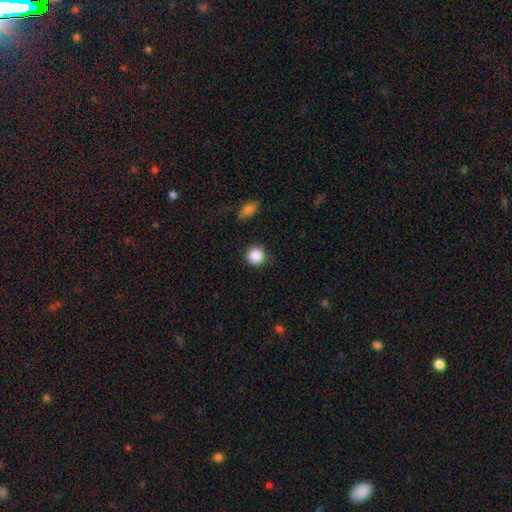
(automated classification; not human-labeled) smooth 88%, star or artifact 9%, featured or disk 4%. Down the decision tree: how rounded — round (93%); merging — none (87%).